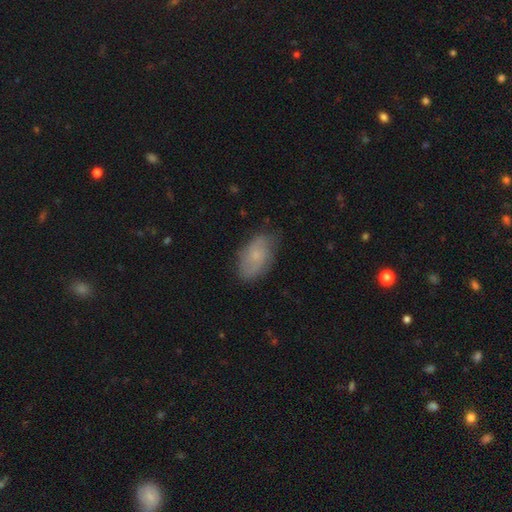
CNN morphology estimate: A smooth galaxy with no disk features (63%) that is in between round and cigar-shaped (92%). Merging: none (75%).